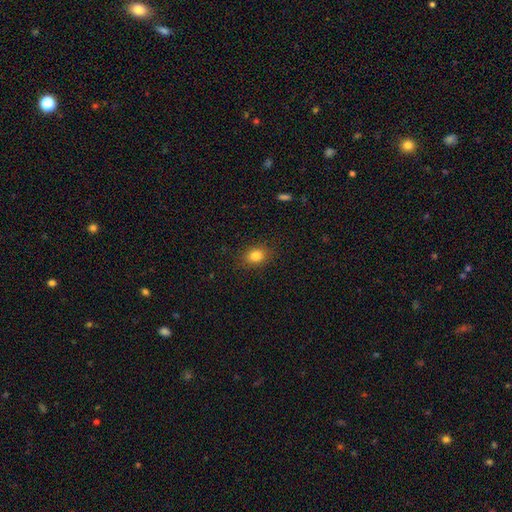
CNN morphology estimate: A smooth galaxy with no disk features (83%) that is in between round and cigar-shaped (52%). Merging: none (87%).